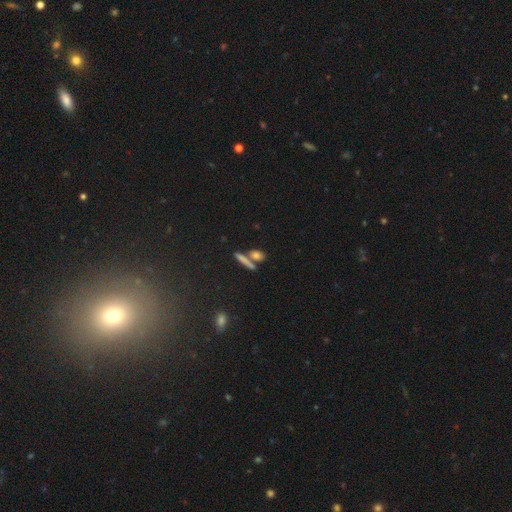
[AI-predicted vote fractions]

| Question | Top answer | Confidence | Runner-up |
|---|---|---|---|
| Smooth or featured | star or artifact | 37% | tied: smooth (37%) |